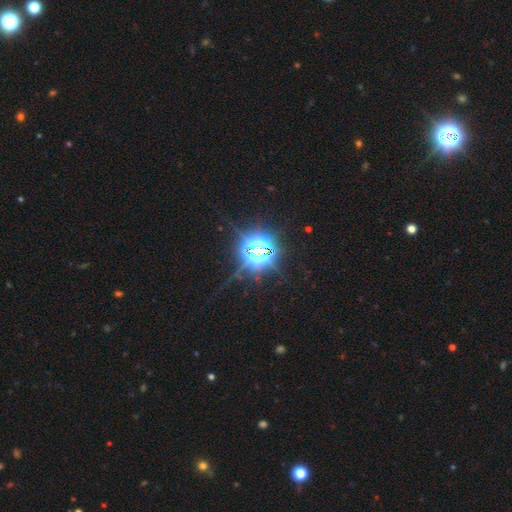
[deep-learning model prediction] Smooth or featured: star or artifact — 83% (featured or disk — 9%)